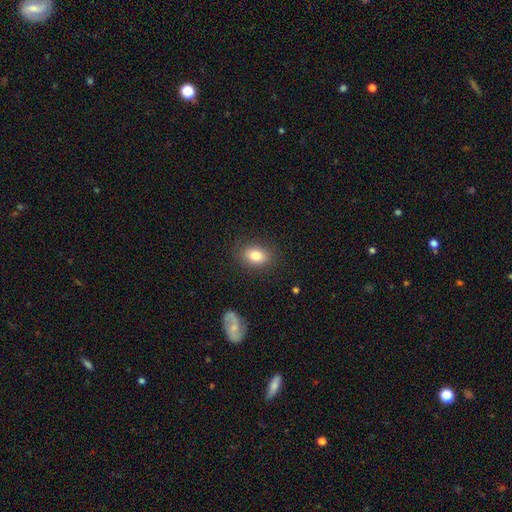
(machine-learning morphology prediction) smooth_or_featured: smooth (p=0.80) [alt: featured or disk p=0.11]
how_rounded: in between (p=0.75) [alt: round p=0.23]
merging: none (p=0.85) [alt: minor disturbance p=0.11]